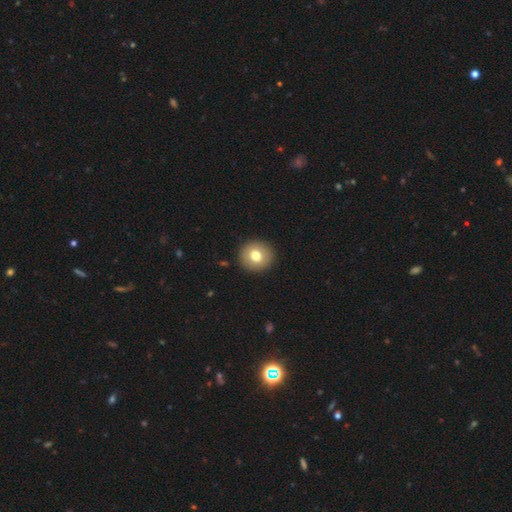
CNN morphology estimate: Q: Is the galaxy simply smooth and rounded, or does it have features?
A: smooth — 75%.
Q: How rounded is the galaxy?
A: round — 91%.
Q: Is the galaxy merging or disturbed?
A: none — 92%.